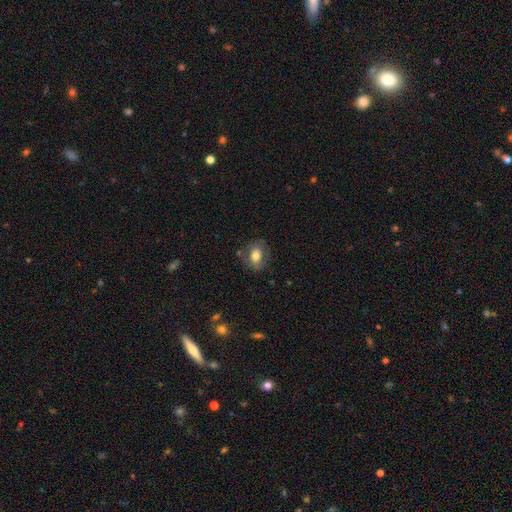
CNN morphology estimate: This is likely a smooth galaxy (71%). How rounded: likely in between (72%). Merging: likely none (71%).